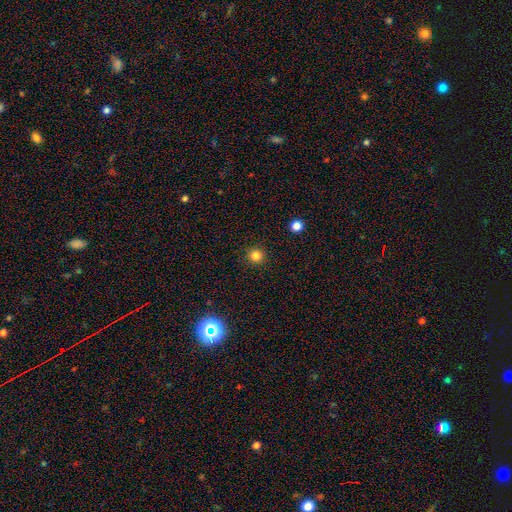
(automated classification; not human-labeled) Smooth or featured? smooth (81%)
How rounded? round (95%)
Merging? none (92%)